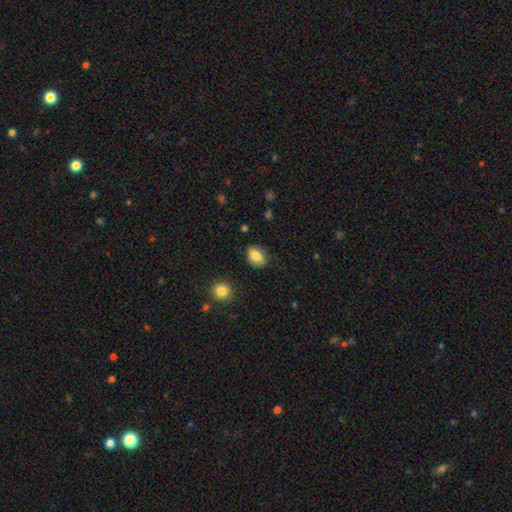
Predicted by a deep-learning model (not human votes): The model was most divided on "how rounded": in between: 76%, round: 22%, cigar-shaped: 2%. More confident: smooth or featured — smooth (80%); merging — none (78%).